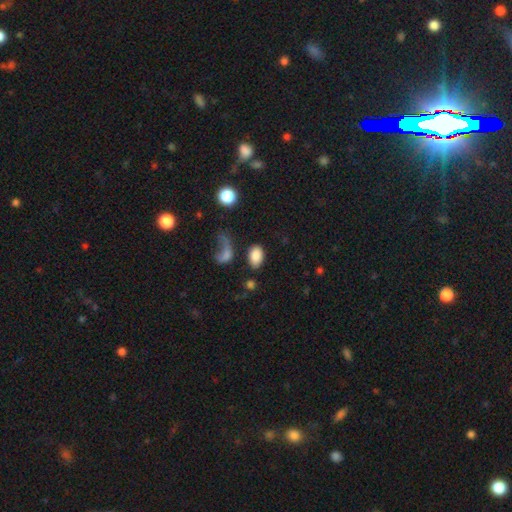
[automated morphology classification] The model was most divided on "merging": none: 69%, minor disturbance: 13%, major disturbance: 9%, merger: 9%. More confident: how rounded — in between (89%); smooth or featured — smooth (84%).